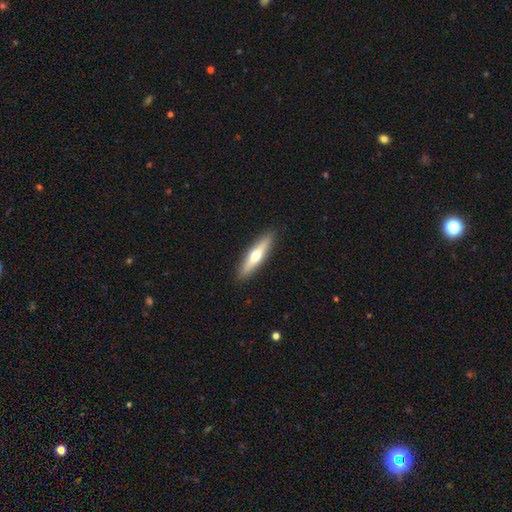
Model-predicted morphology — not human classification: Q: Smooth or featured?
A: featured or disk (48%); runner-up: smooth (47%)
Q: Merging?
A: none (91%); runner-up: minor disturbance (7%)